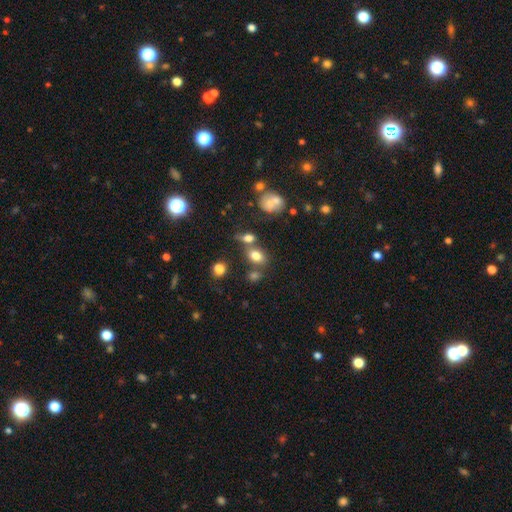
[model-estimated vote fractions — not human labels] smooth_or_featured: smooth (p=0.77) [alt: star or artifact p=0.13]
how_rounded: in between (p=0.75) [alt: round p=0.23]
merging: none (p=0.55) [alt: merger p=0.26]